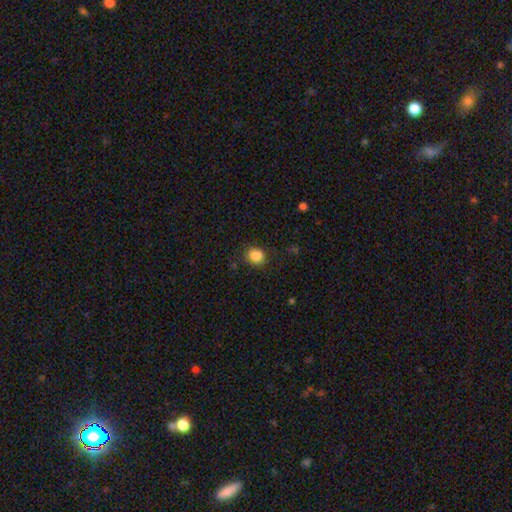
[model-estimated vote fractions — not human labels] smooth-or-featured: smooth: 86% | star or artifact: 10% | featured or disk: 4%
  how-rounded: round: 70% | in between: 29% | cigar-shaped: 1%
  merging: none: 81% | minor disturbance: 14% | major disturbance: 4% | merger: 1%